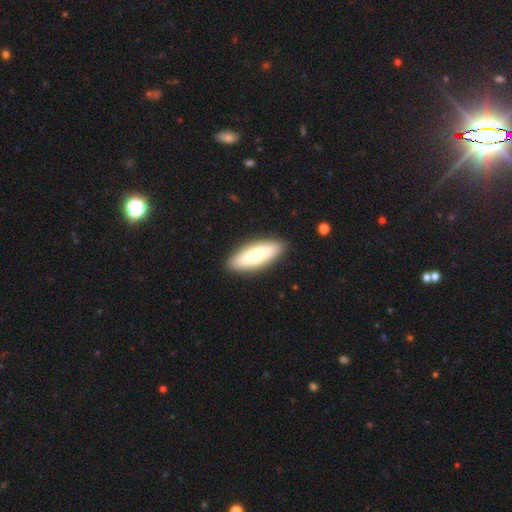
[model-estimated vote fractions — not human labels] smooth 66%, featured or disk 29%, star or artifact 5%. Down the decision tree: how rounded — in between (60%); merging — none (90%).